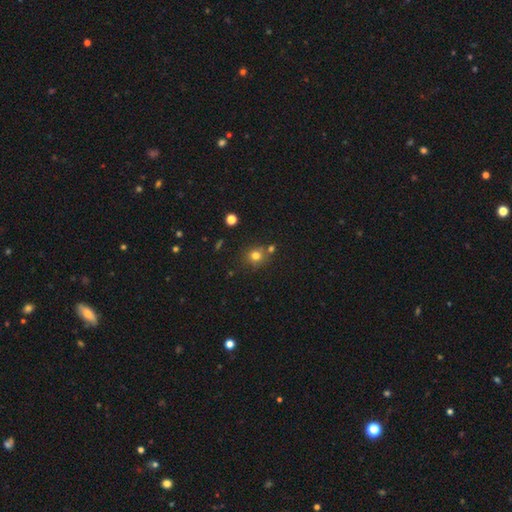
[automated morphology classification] A smooth galaxy with no disk features (76%) that is round (83%). Merging: none (70%).